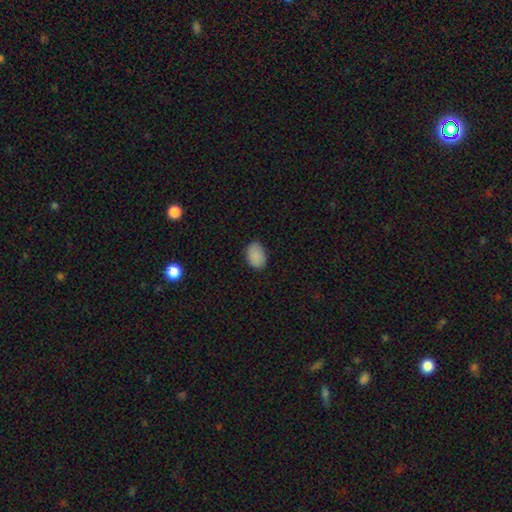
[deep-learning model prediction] Smooth or featured? Predicted: smooth (p=0.89). How rounded? Predicted: in between (p=0.87). Merging? Predicted: none (p=0.86).